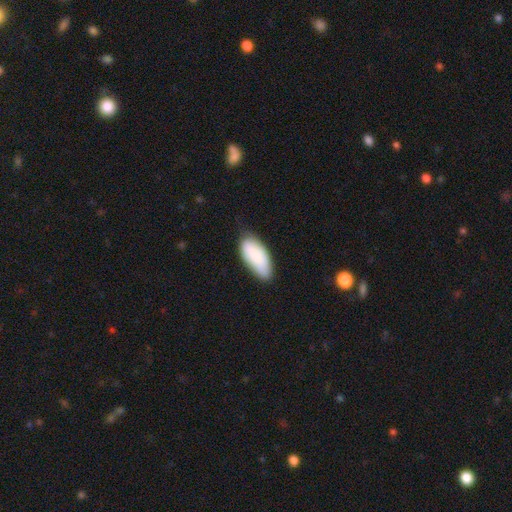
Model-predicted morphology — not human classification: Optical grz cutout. It shows a smooth galaxy with no disk features (83%) that is in between round and cigar-shaped (87%). Merging: none (66%).